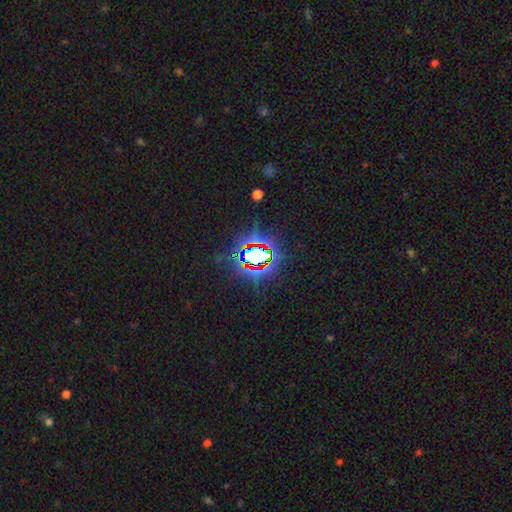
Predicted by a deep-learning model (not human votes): This is likely a star or artifact rather than a galaxy (74%).